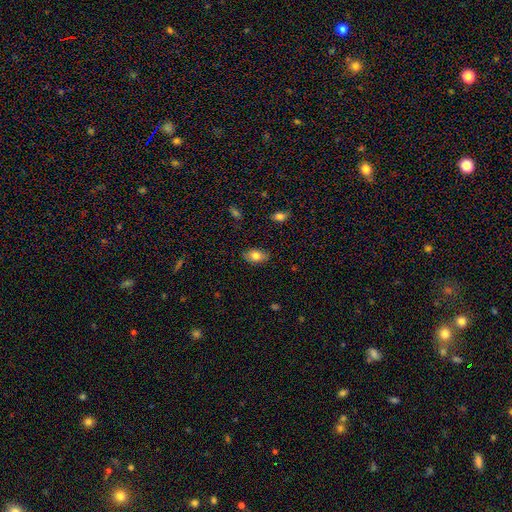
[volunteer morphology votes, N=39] smooth_or_featured: smooth (p=0.82) [alt: featured or disk p=0.13]
how_rounded: in between (p=0.88) [alt: round p=0.12]
merging: none (p=0.76) [alt: minor disturbance p=0.16]